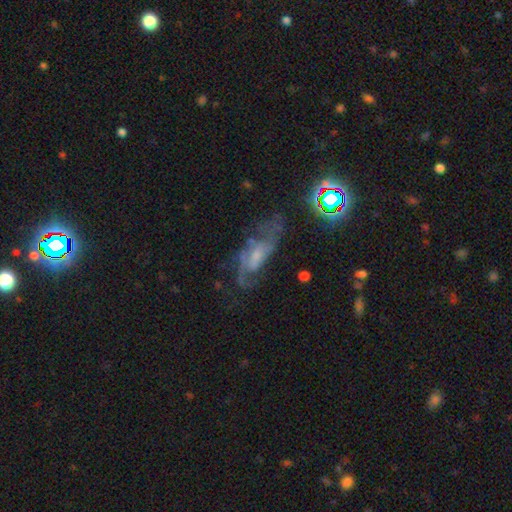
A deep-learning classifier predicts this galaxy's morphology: Overall: featured or disk (69%). Edge-on disk: no (91%). Bar: no (49%; weak 39%). Spiral arms: yes (84%). Spiral arm count: 2 (49%; can't tell 28%). Spiral winding: medium (46%; loose 32%). Bulge size: small (47%; moderate 28%). Merging: none (49%; major disturbance 26%).